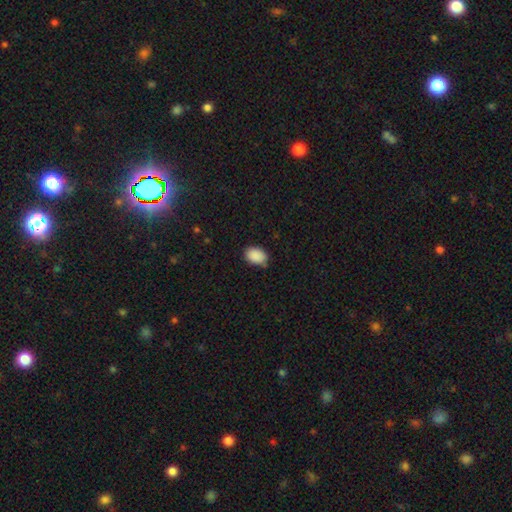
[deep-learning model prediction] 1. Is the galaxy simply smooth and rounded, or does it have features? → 89% smooth, 8% star or artifact, 3% featured or disk.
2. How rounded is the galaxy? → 81% in between, 18% round, 1% cigar-shaped.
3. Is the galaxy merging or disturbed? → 80% none, 16% minor disturbance, 3% major disturbance, 1% merger.